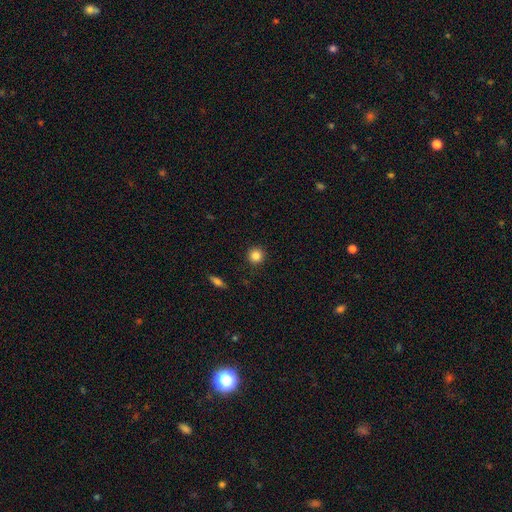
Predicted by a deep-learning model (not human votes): smooth_or_featured: smooth (p=0.85) [alt: star or artifact p=0.10]
how_rounded: round (p=0.94) [alt: in between p=0.05]
merging: none (p=0.91) [alt: minor disturbance p=0.06]